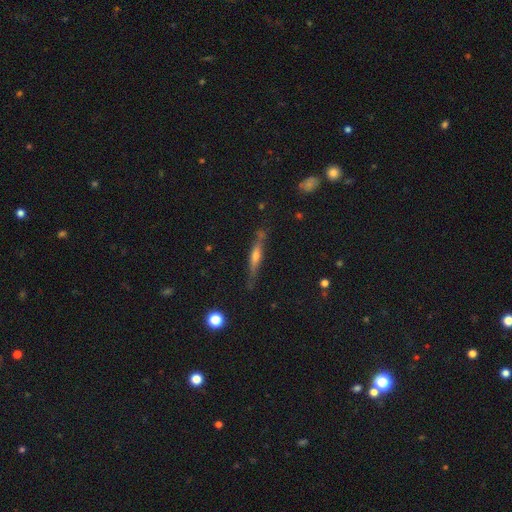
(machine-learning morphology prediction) smooth-or-featured: featured or disk: 53% | smooth: 39% | star or artifact: 9%
  disk-edge-on: yes: 91% | no: 9%
  merging: none: 73% | minor disturbance: 18% | major disturbance: 4% | merger: 4%